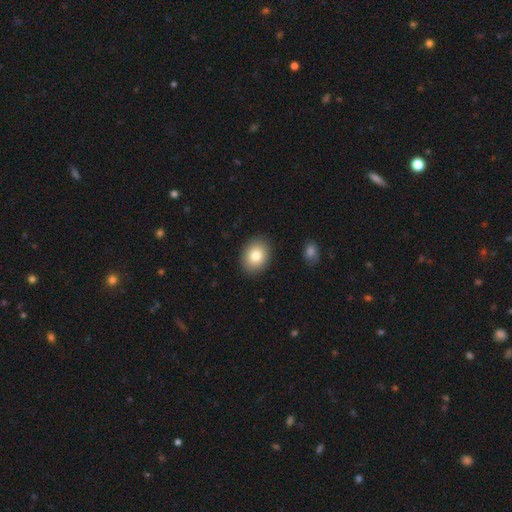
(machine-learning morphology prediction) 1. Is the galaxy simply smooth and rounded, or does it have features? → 81% smooth, 10% featured or disk, 8% star or artifact.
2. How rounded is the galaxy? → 54% in between, 45% round, 1% cigar-shaped.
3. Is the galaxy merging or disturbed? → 89% none, 7% minor disturbance, 2% major disturbance, 1% merger.